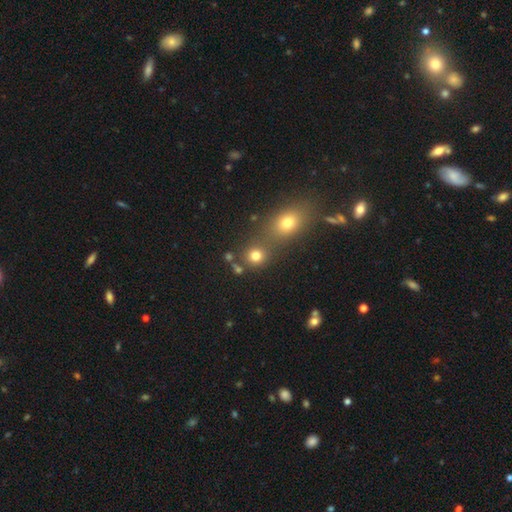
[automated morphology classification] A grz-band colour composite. It shows a smooth galaxy with no disk features (76%) that is round (84%). Merging: none (59%).